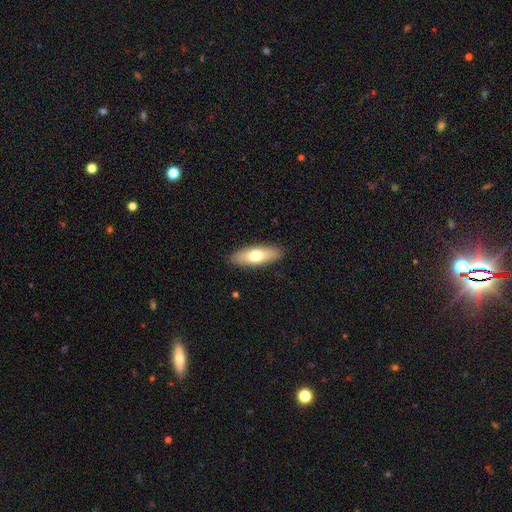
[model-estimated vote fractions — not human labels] smooth 68%, featured or disk 26%, star or artifact 6%. Down the decision tree: how rounded — in between (62%); merging — none (89%).